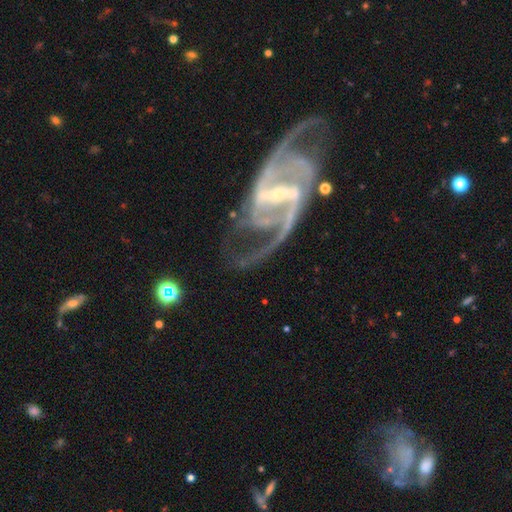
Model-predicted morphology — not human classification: Smooth or featured?
  - featured or disk: 92% *
  - star or artifact: 5%
  - smooth: 2%
Edge-on disk?
  - no: 97% *
  - yes: 3%
Bar?
  - strong: 62% *
  - weak: 31%
  - no: 7%
Spiral arms?
  - yes: 98% *
  - no: 2%
Spiral winding?
  - medium: 54% *
  - loose: 29%
  - tight: 17%
Spiral arm count?
  - 2: 83% *
  - 3: 5%
  - can't tell: 4%
  - 4: 3%
  - 1: 3%
  - more than 4: 3%
Bulge size?
  - small: 67% *
  - moderate: 16%
  - none: 14%
  - large: 2%
  - dominant: 1%
Merging?
  - none: 66% *
  - minor disturbance: 16%
  - major disturbance: 14%
  - merger: 4%